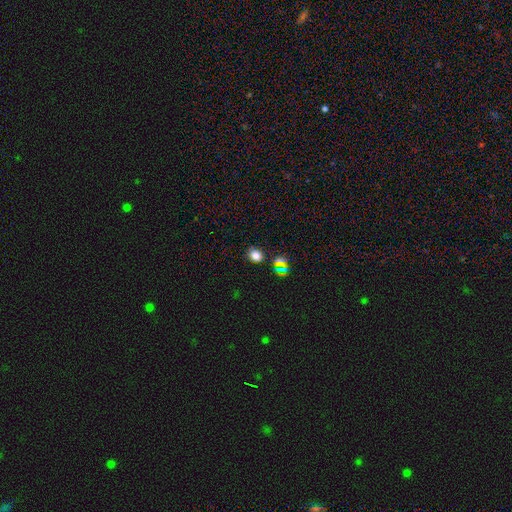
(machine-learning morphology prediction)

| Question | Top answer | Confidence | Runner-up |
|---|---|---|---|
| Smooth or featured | smooth | 74% | star or artifact (21%) |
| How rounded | round | 63% | in between (36%) |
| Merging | none | 82% | minor disturbance (10%) |